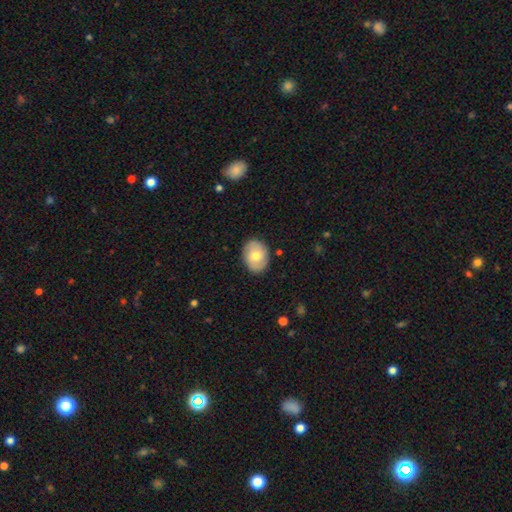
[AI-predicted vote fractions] Overall: smooth (65%; featured or disk 28%). How rounded: in between (64%; round 35%). Merging: none (86%).